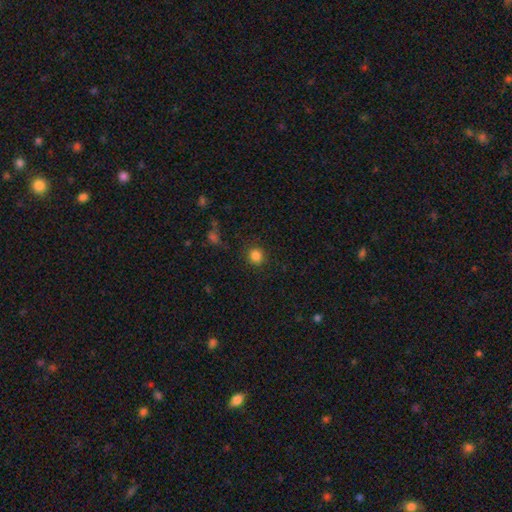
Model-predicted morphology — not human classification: Smooth or featured: smooth — 83% (star or artifact — 12%)
How rounded: round — 89% (in between — 10%)
Merging: none — 88% (minor disturbance — 8%)